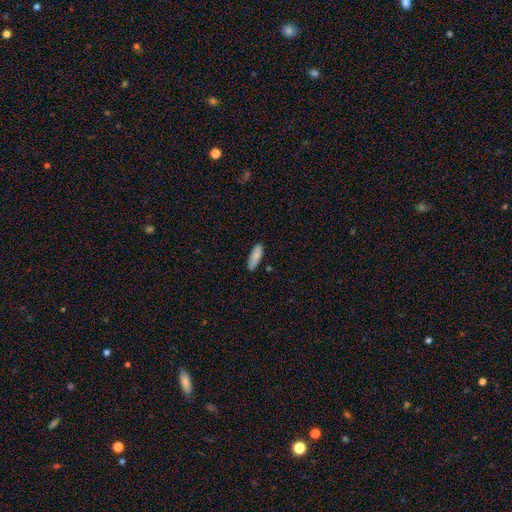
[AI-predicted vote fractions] smooth-or-featured: smooth: 85% | featured or disk: 8% | star or artifact: 6%
  how-rounded: in between: 51% | cigar-shaped: 48% | round: 2%
  merging: none: 79% | minor disturbance: 16% | major disturbance: 3% | merger: 2%